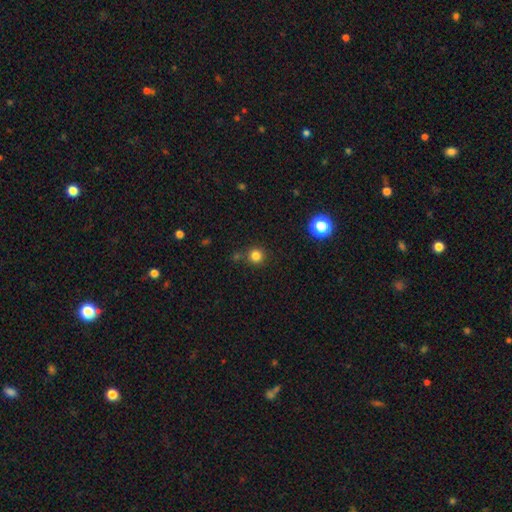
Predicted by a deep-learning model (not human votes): Smooth or featured: smooth — 81% (star or artifact — 14%)
How rounded: round — 94% (in between — 5%)
Merging: none — 82% (minor disturbance — 9%)